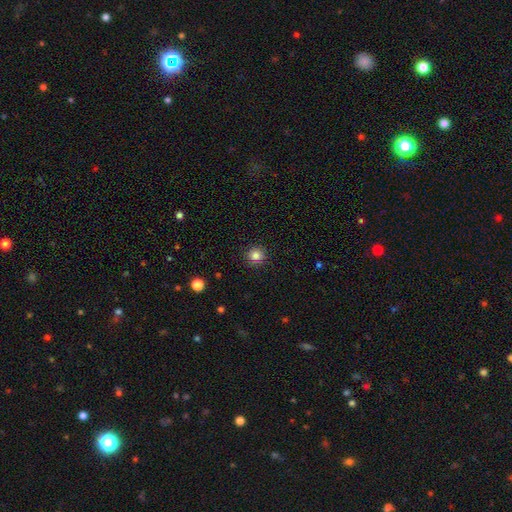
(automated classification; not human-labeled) Smooth or featured?
  - smooth: 83% *
  - star or artifact: 12%
  - featured or disk: 5%
How rounded?
  - round: 93% *
  - in between: 6%
  - cigar-shaped: 1%
Merging?
  - none: 90% *
  - minor disturbance: 7%
  - major disturbance: 2%
  - merger: 1%